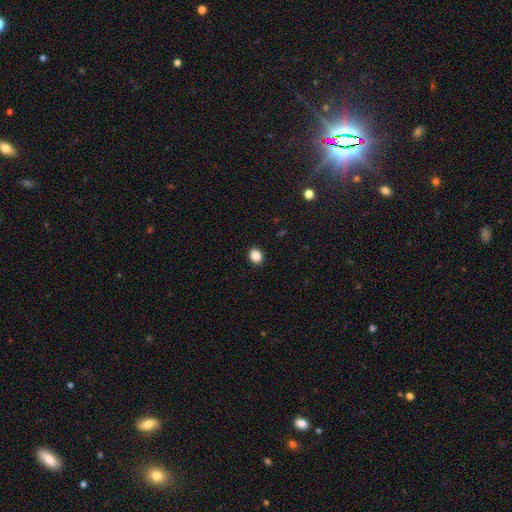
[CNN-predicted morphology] smooth 87%, star or artifact 10%, featured or disk 3%. Down the decision tree: how rounded — round (55%); merging — none (92%).